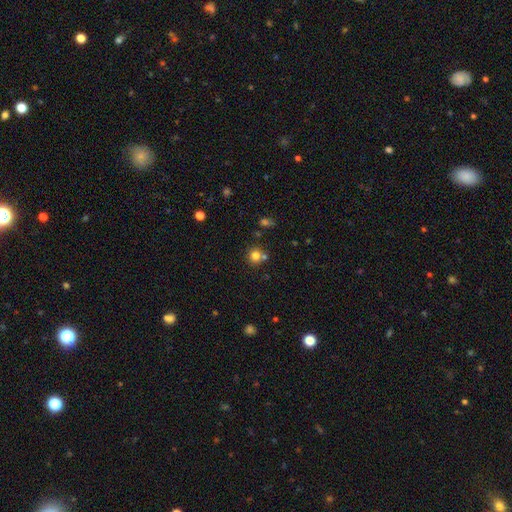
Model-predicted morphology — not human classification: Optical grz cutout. It shows a smooth galaxy with no disk features (78%) that is round (90%). Merging: none (66%).